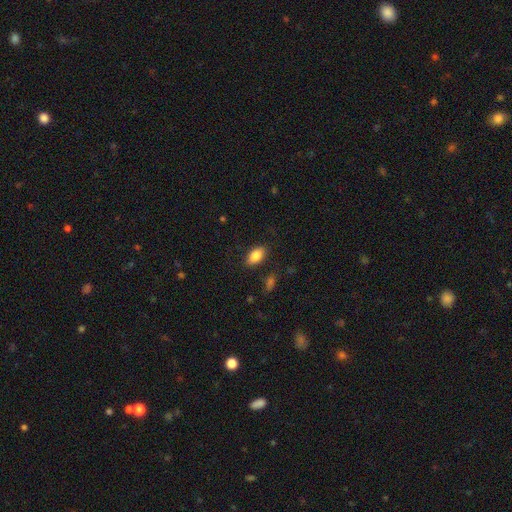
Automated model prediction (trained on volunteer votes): smooth_or_featured: smooth (p=0.86) [alt: star or artifact p=0.08]
how_rounded: in between (p=0.91) [alt: round p=0.05]
merging: none (p=0.86) [alt: minor disturbance p=0.10]